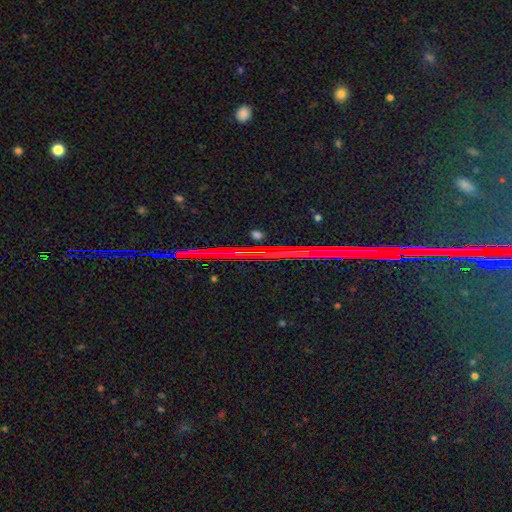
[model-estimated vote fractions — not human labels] Smooth or featured: star or artifact — 81% (featured or disk — 11%)